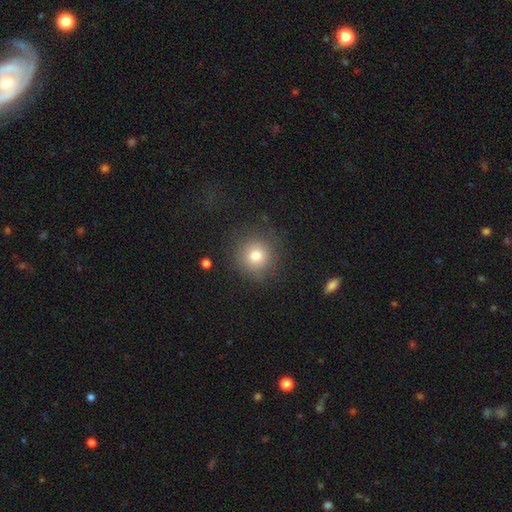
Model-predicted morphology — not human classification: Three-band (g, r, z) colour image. It shows a smooth galaxy with no disk features (77%) that is round (93%). Merging: none (84%).